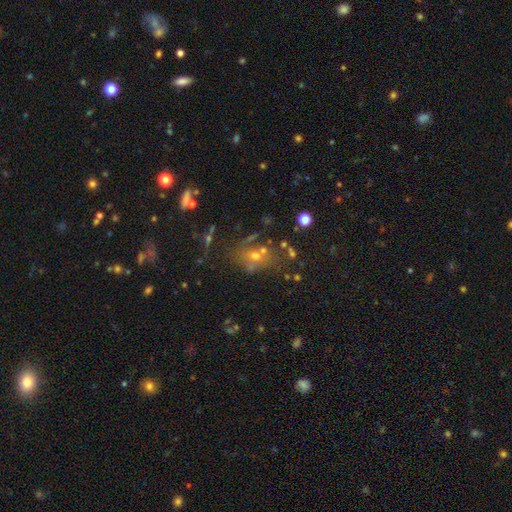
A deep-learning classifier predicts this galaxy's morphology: A smooth galaxy with no disk features (42%).

Vote fractions:
- Smooth or featured? smooth: 42% / star or artifact: 35% / featured or disk: 23%
- Merging? none: 53% / minor disturbance: 17% / merger: 16% / major disturbance: 14%